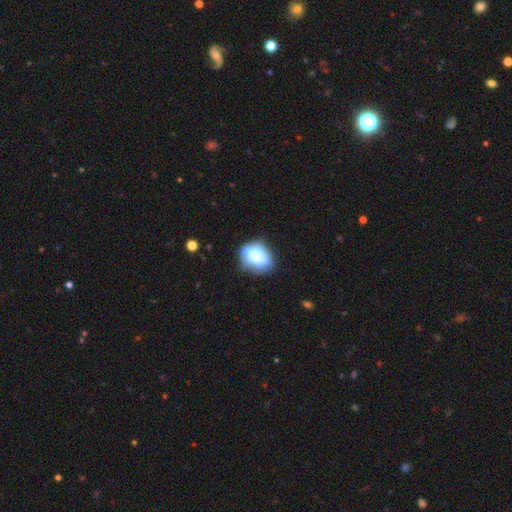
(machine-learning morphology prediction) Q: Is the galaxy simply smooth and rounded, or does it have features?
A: smooth — 69%.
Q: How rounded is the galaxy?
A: in between — 54%.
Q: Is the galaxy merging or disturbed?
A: none — 53%.